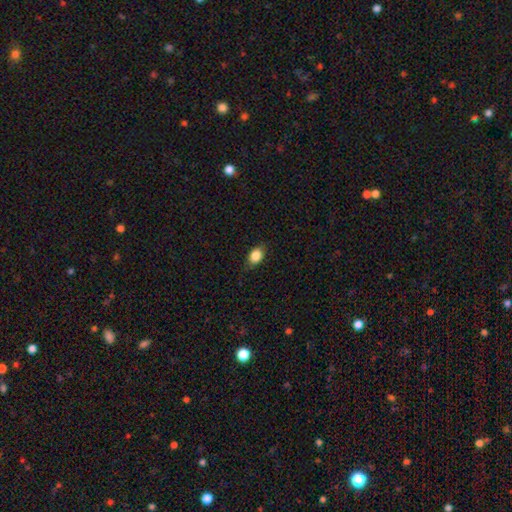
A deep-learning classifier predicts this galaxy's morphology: A smooth galaxy with no disk features (85%) that is in between round and cigar-shaped (73%).

Vote fractions:
- Smooth or featured? smooth: 85% / star or artifact: 9% / featured or disk: 7%
- How rounded? in between: 73% / round: 25% / cigar-shaped: 2%
- Merging? none: 79% / minor disturbance: 17% / major disturbance: 3% / merger: 1%